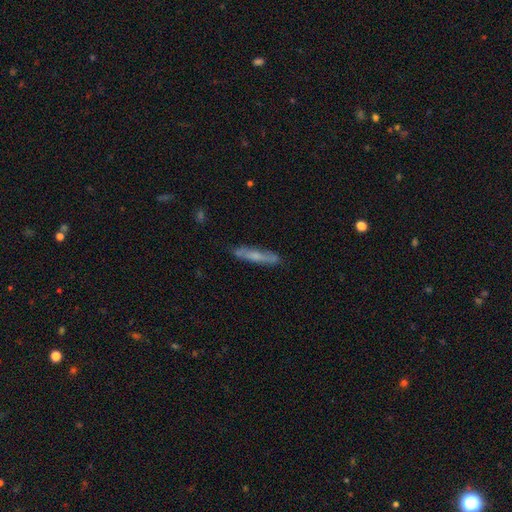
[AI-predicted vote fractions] Smooth or featured?
  - smooth: 50% *
  - featured or disk: 43%
  - star or artifact: 7%
Merging?
  - none: 80% *
  - minor disturbance: 14%
  - major disturbance: 3%
  - merger: 2%